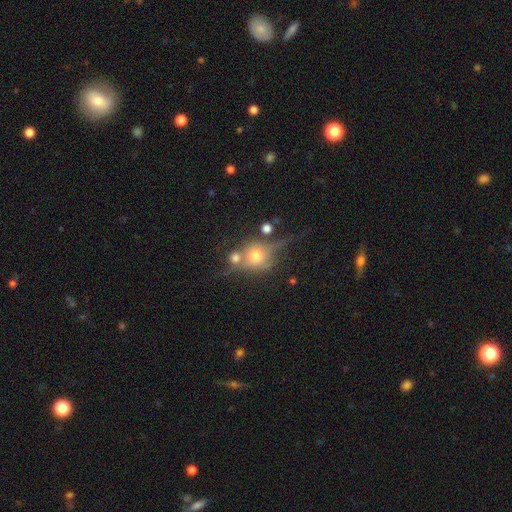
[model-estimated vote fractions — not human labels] A featured or disk galaxy (43%, tied with smooth). Merging: none (46%).